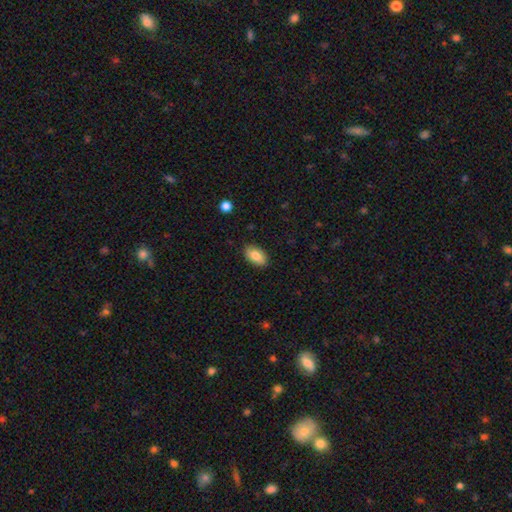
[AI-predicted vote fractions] Smooth or featured?
  - smooth: 84% *
  - featured or disk: 9%
  - star or artifact: 7%
How rounded?
  - in between: 93% *
  - round: 5%
  - cigar-shaped: 2%
Merging?
  - none: 87% *
  - minor disturbance: 10%
  - major disturbance: 2%
  - merger: 1%